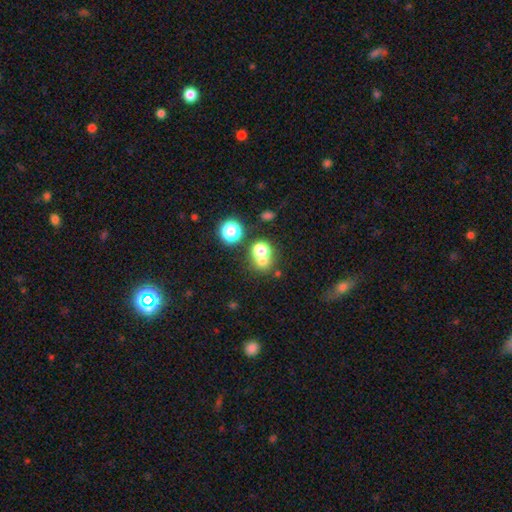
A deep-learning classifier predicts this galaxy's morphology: Q: Smooth or featured?
A: smooth (65%); runner-up: star or artifact (23%)
Q: How rounded?
A: round (67%); runner-up: in between (32%)
Q: Merging?
A: none (44%); runner-up: merger (39%)